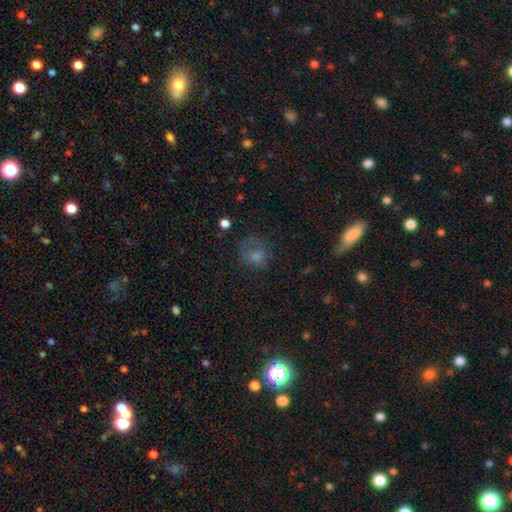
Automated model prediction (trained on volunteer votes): Q: Smooth or featured?
A: smooth (60%); runner-up: featured or disk (20%)
Q: How rounded?
A: round (74%); runner-up: in between (25%)
Q: Merging?
A: none (55%); runner-up: minor disturbance (23%)